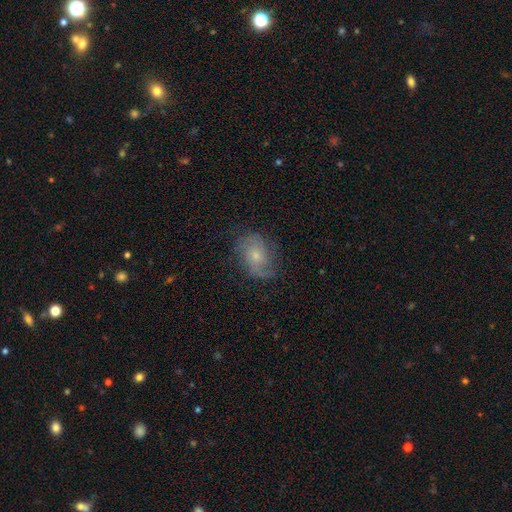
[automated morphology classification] This is likely a featured or disk galaxy (66%). It is clearly not viewed edge-on (97%). Bar: likely no (75%). Spiral arm pattern: clearly yes (89%). Spiral arm count: likely 2 (62%). Spiral winding: marginally medium (42%). Central bulge: likely small (63%). Merging: likely none (68%).